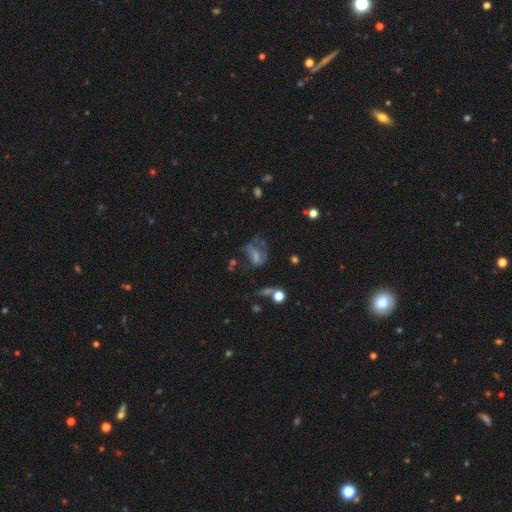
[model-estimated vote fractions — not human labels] A featured or disk galaxy (47%).

Vote fractions:
- Smooth or featured? featured or disk: 47% / smooth: 27% / star or artifact: 26%
- Merging? major disturbance: 38% / none: 36% / minor disturbance: 19% / merger: 7%